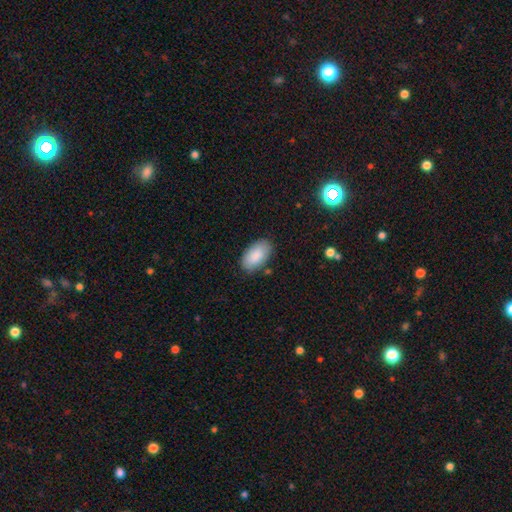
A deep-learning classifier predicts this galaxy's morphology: This is clearly a smooth galaxy (88%). How rounded: clearly in between (96%). Merging: clearly none (84%).